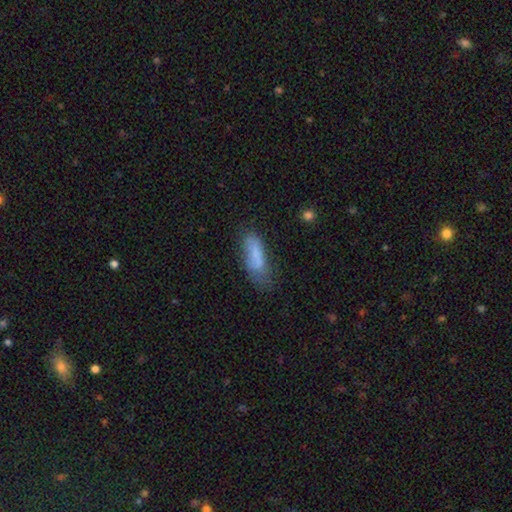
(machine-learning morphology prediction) Smooth or featured? Predicted: smooth (p=0.74). How rounded? Predicted: in between (p=0.60). Merging? Predicted: none (p=0.45).